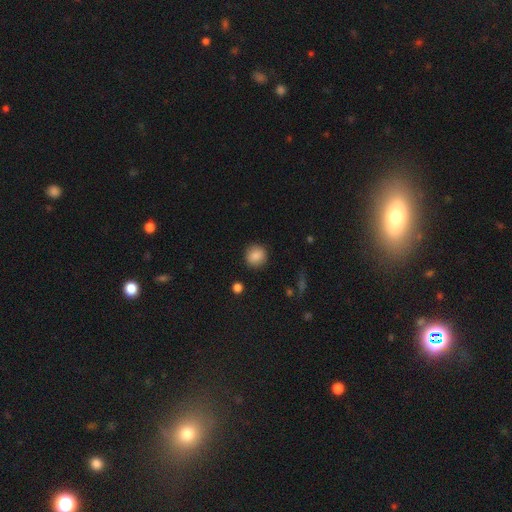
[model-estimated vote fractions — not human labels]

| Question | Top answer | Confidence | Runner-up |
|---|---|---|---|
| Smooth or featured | smooth | 87% | star or artifact (9%) |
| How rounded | round | 91% | in between (8%) |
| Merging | none | 89% | minor disturbance (7%) |